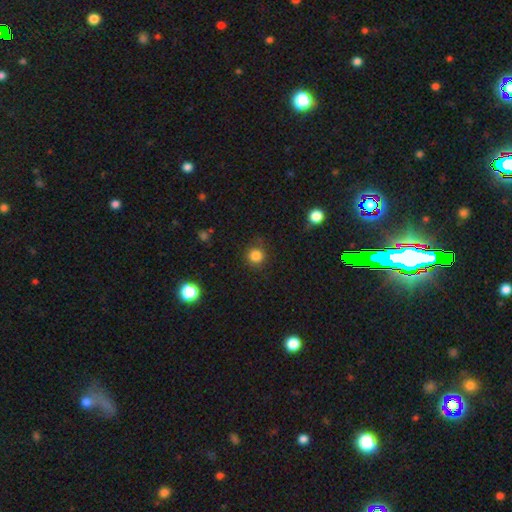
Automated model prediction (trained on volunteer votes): This is clearly a smooth galaxy (84%). How rounded: clearly round (93%). Merging: clearly none (86%).